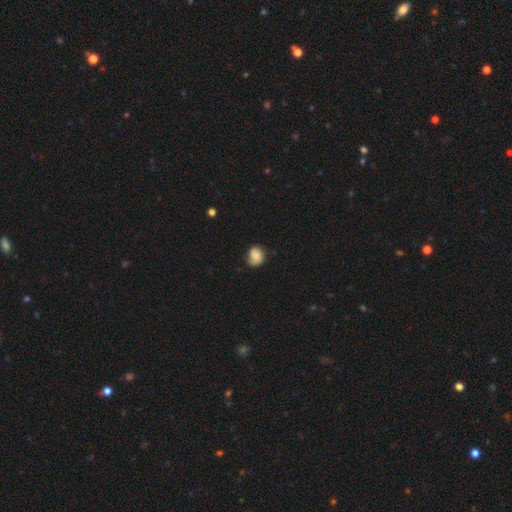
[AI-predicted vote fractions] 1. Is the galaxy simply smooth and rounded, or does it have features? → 76% smooth, 15% featured or disk, 9% star or artifact.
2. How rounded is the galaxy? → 59% round, 40% in between, 1% cigar-shaped.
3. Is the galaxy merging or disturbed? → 56% none, 33% minor disturbance, 9% major disturbance, 2% merger.